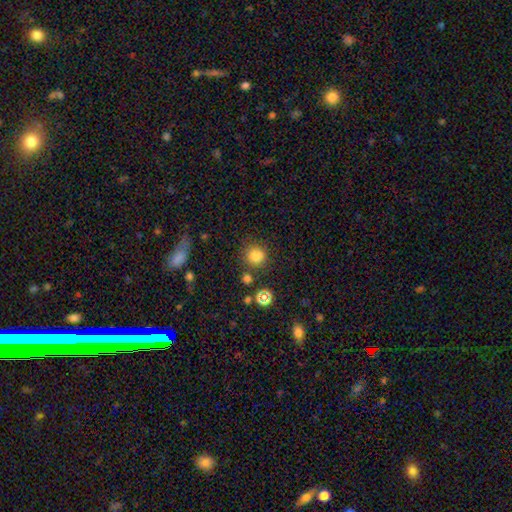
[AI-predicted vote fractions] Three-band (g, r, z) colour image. It shows a smooth galaxy with no disk features (81%) that is round (86%). Merging: none (77%).